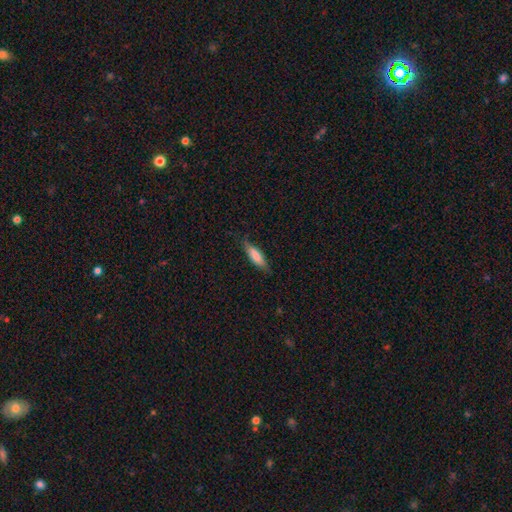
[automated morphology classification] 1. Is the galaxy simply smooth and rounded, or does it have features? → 76% smooth, 18% featured or disk, 6% star or artifact.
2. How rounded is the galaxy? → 59% cigar-shaped, 39% in between, 2% round.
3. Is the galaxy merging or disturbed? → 77% none, 19% minor disturbance, 4% major disturbance, 1% merger.